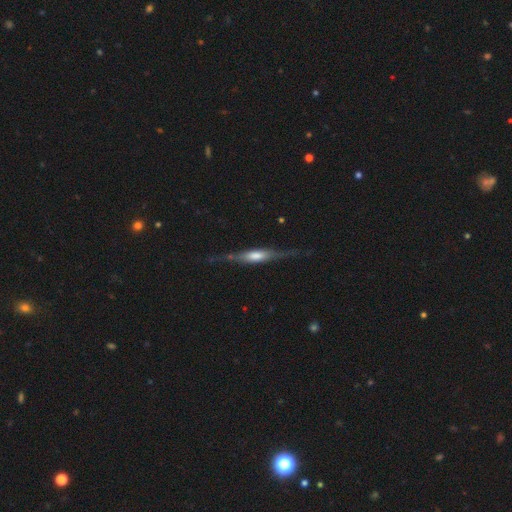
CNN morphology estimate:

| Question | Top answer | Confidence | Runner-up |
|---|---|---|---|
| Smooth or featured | featured or disk | 72% | smooth (23%) |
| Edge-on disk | yes | 93% | no (7%) |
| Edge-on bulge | rounded | 58% | boxy (34%) |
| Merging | none | 75% | minor disturbance (17%) |